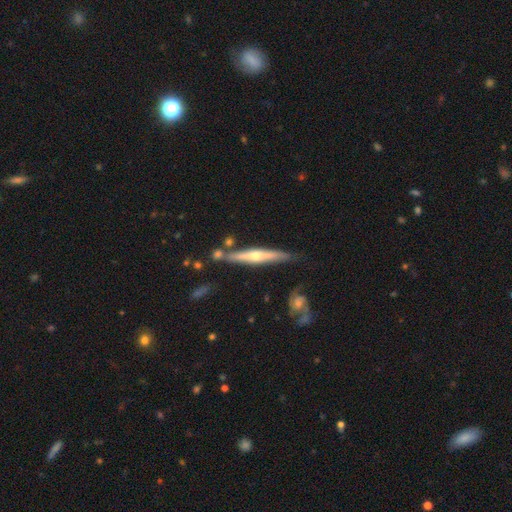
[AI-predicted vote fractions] This appears to be a featured or disk galaxy (74%) viewed edge-on (95%) with a rounded central bulge (83%). Merging: none (77%).